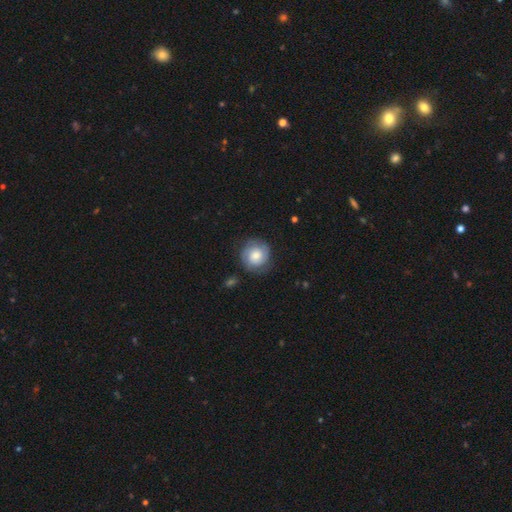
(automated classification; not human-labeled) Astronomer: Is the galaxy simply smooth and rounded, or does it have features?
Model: featured or disk — 50% (runner-up: smooth, 43%).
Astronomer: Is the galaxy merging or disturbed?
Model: none — 77%.